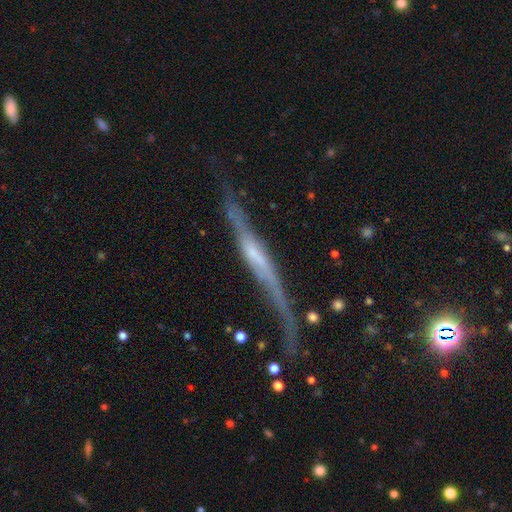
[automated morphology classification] Q: Smooth or featured?
A: featured or disk (75%); runner-up: smooth (18%)
Q: Edge-on disk?
A: yes (84%); runner-up: no (16%)
Q: Edge-on bulge?
A: none (42%); runner-up: rounded (30%)
Q: Merging?
A: none (47%); runner-up: minor disturbance (26%)